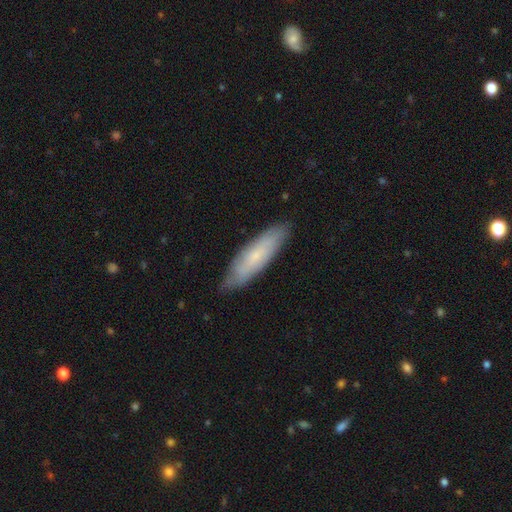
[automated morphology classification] Smooth or featured: smooth — 56% (featured or disk — 37%)
How rounded: cigar-shaped — 64% (in between — 34%)
Merging: none — 82% (minor disturbance — 14%)